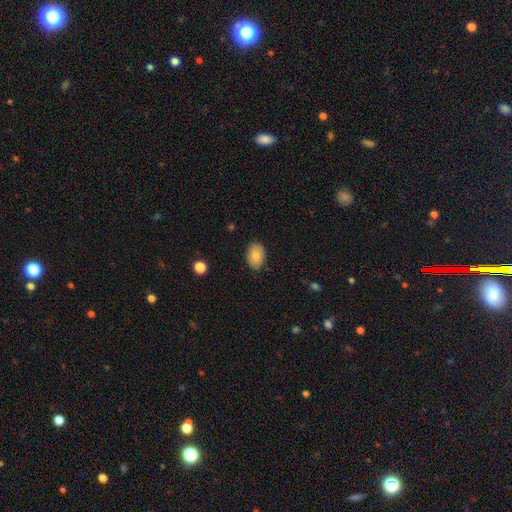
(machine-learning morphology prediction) This is clearly a smooth galaxy (83%). How rounded: likely in between (78%). Merging: clearly none (84%).